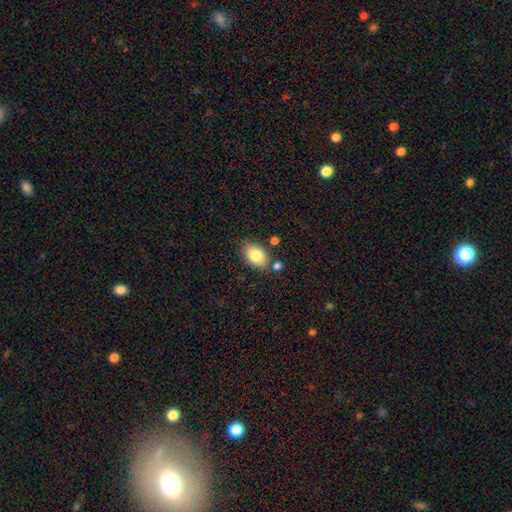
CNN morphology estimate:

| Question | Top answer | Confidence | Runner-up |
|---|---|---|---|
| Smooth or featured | smooth | 83% | featured or disk (9%) |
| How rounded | in between | 87% | round (11%) |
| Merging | none | 76% | minor disturbance (13%) |